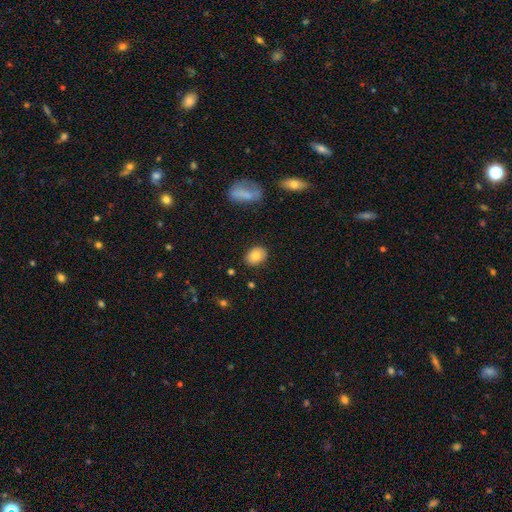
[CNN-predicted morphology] Smooth or featured: smooth — 81% (featured or disk — 11%)
How rounded: in between — 68% (round — 31%)
Merging: none — 86% (minor disturbance — 10%)